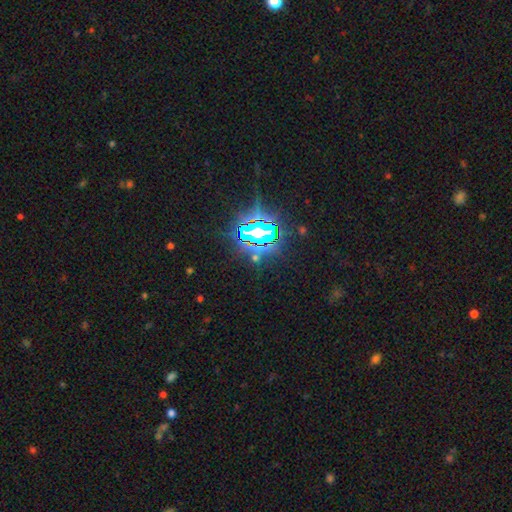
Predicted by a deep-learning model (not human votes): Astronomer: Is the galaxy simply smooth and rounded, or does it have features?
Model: star or artifact — 78%.